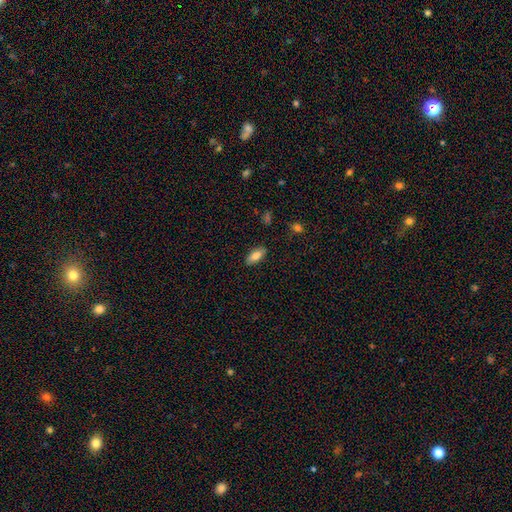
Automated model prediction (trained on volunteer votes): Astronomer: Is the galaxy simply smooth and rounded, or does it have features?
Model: smooth — 81%.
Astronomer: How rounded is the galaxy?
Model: in between — 84%.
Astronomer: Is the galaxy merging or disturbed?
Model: none — 88%.